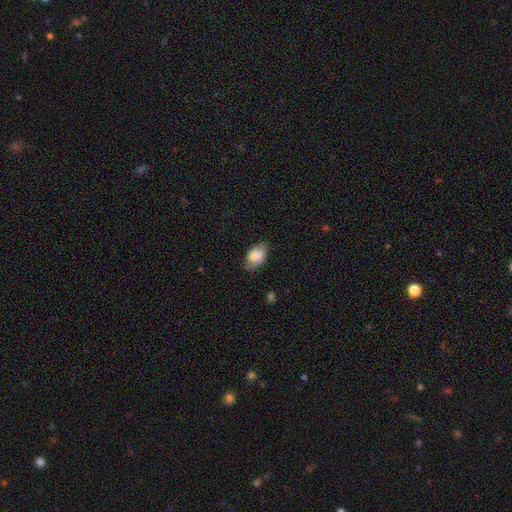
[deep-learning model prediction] Smooth or featured? Predicted: smooth (p=0.73). How rounded? Predicted: in between (p=0.91). Merging? Predicted: none (p=0.62).